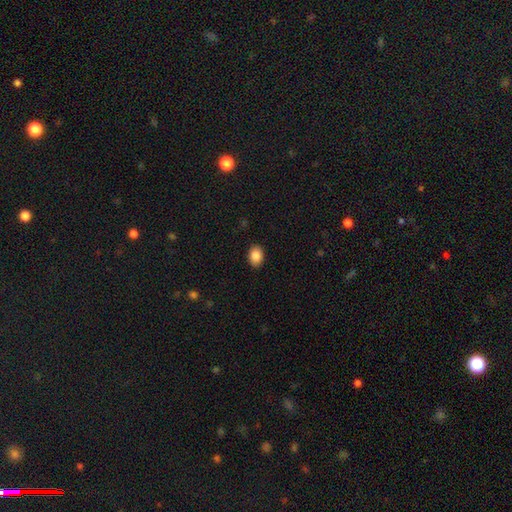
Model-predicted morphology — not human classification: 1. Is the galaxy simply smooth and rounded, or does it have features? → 88% smooth, 8% star or artifact, 4% featured or disk.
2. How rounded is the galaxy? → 78% in between, 21% round, 1% cigar-shaped.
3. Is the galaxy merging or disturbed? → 89% none, 8% minor disturbance, 2% major disturbance, 1% merger.